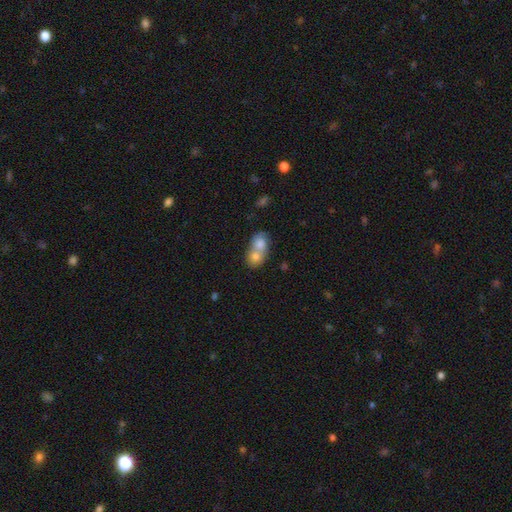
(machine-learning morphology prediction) The model was most divided on "how rounded": round: 56%, in between: 43%, cigar-shaped: 1%. More confident: merging — merger (75%); smooth or featured — smooth (73%).